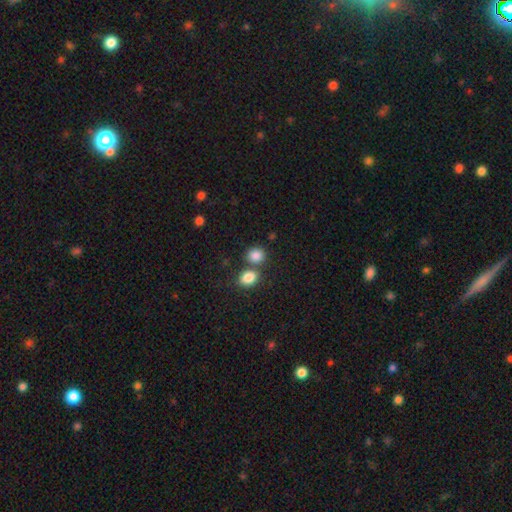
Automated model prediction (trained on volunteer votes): smooth 85%, star or artifact 10%, featured or disk 5%. Down the decision tree: how rounded — round (68%); merging — none (59%).